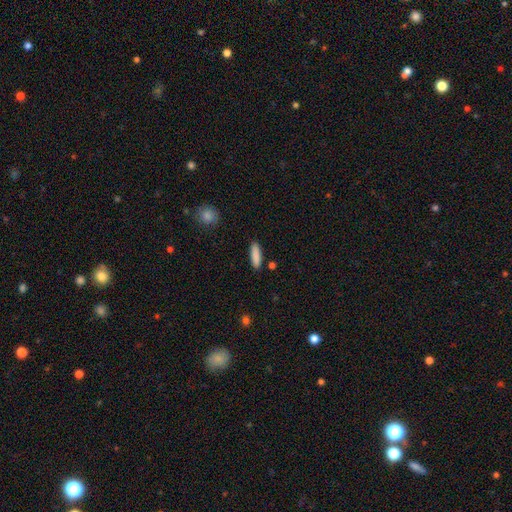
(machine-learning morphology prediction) A smooth galaxy with no disk features (88%) that is cigar-shaped (60%).

Vote fractions:
- Smooth or featured? smooth: 88% / star or artifact: 6% / featured or disk: 6%
- How rounded? cigar-shaped: 60% / in between: 39% / round: 2%
- Merging? none: 87% / minor disturbance: 9% / merger: 2% / major disturbance: 2%